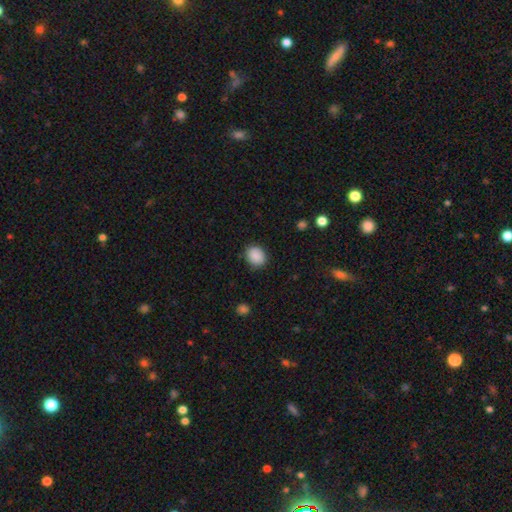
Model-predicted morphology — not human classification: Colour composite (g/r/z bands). It shows a smooth galaxy with no disk features (89%) that is round (55%). Merging: none (87%).